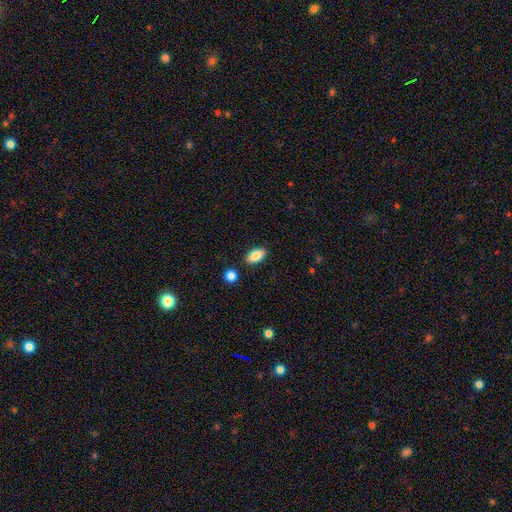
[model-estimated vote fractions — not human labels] A smooth galaxy with no disk features (84%) that is in between round and cigar-shaped (90%). Merging: none (87%).